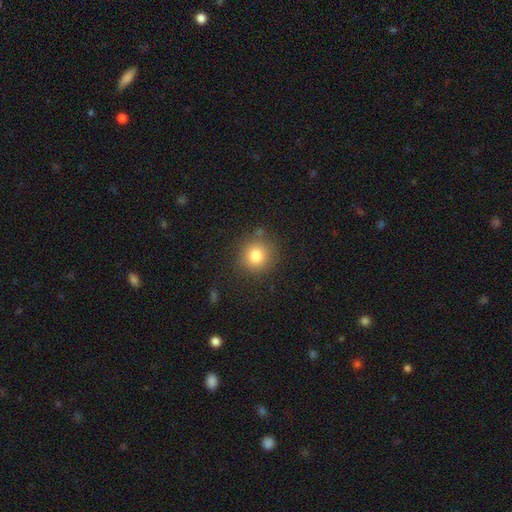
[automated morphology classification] smooth_or_featured: smooth (p=0.81) [alt: star or artifact p=0.11]
how_rounded: round (p=0.90) [alt: in between p=0.09]
merging: none (p=0.84) [alt: minor disturbance p=0.10]